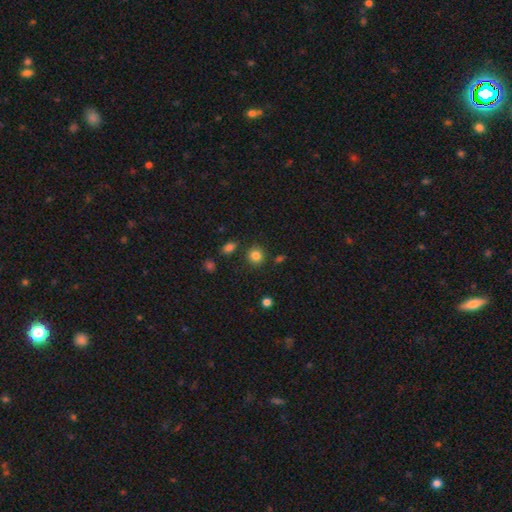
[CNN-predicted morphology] Smooth or featured: smooth — 84% (star or artifact — 11%)
How rounded: round — 86% (in between — 13%)
Merging: none — 84% (minor disturbance — 8%)